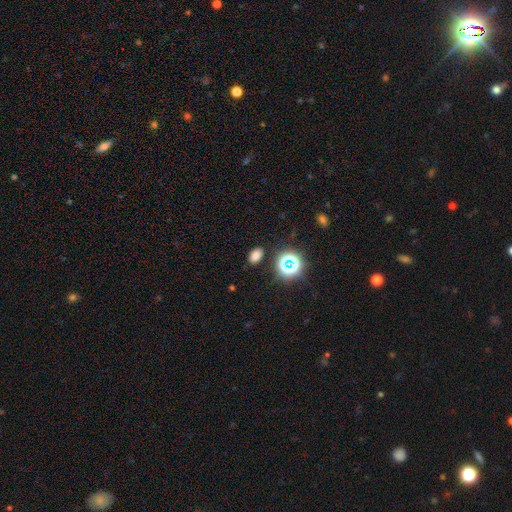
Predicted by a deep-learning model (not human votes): Smooth or featured?
  - smooth: 73% *
  - star or artifact: 21%
  - featured or disk: 6%
How rounded?
  - in between: 80% *
  - round: 18%
  - cigar-shaped: 1%
Merging?
  - none: 86% *
  - minor disturbance: 9%
  - major disturbance: 3%
  - merger: 2%